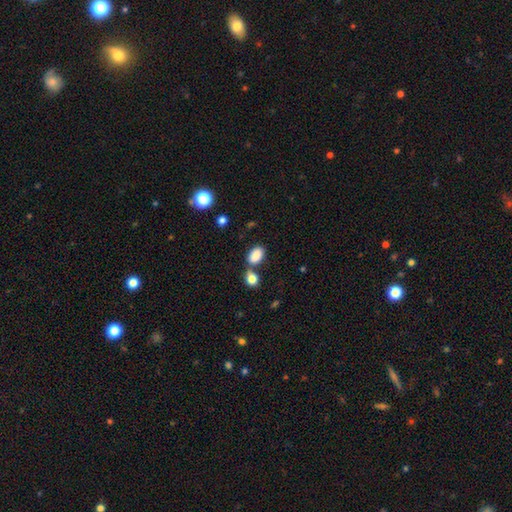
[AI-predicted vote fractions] smooth-or-featured: smooth: 86% | star or artifact: 9% | featured or disk: 5%
  how-rounded: in between: 85% | round: 14% | cigar-shaped: 2%
  merging: none: 57% | merger: 25% | minor disturbance: 13% | major disturbance: 5%